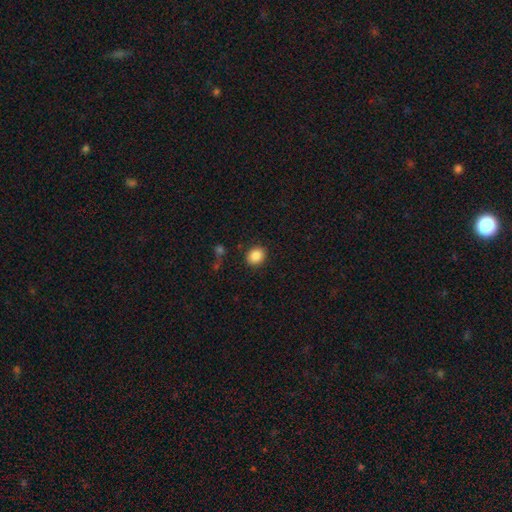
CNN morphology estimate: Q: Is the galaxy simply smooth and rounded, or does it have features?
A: smooth — 87%.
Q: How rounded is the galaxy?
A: round — 67%.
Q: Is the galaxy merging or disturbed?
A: none — 87%.